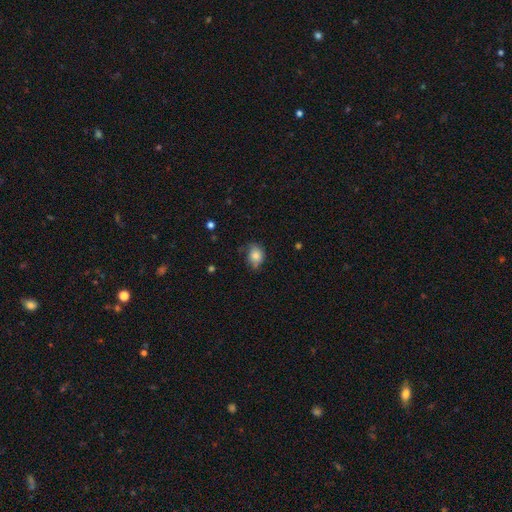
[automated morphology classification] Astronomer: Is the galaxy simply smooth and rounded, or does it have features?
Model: smooth — 80%.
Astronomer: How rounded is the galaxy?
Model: in between — 53% (runner-up: round, 46%).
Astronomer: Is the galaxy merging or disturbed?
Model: none — 56% (runner-up: minor disturbance, 33%).